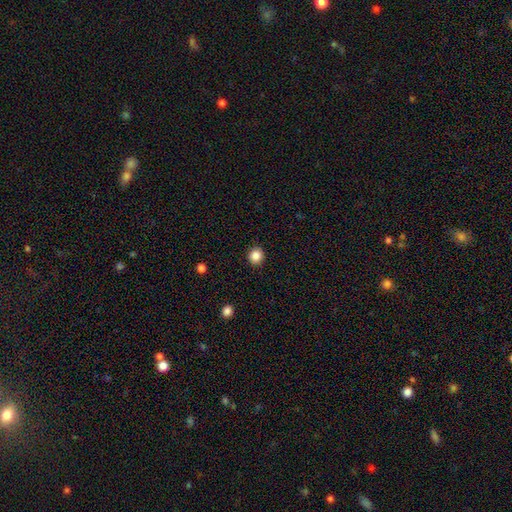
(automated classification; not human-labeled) Q: Smooth or featured?
A: smooth (85%); runner-up: star or artifact (11%)
Q: How rounded?
A: round (89%); runner-up: in between (10%)
Q: Merging?
A: none (92%); runner-up: minor disturbance (6%)